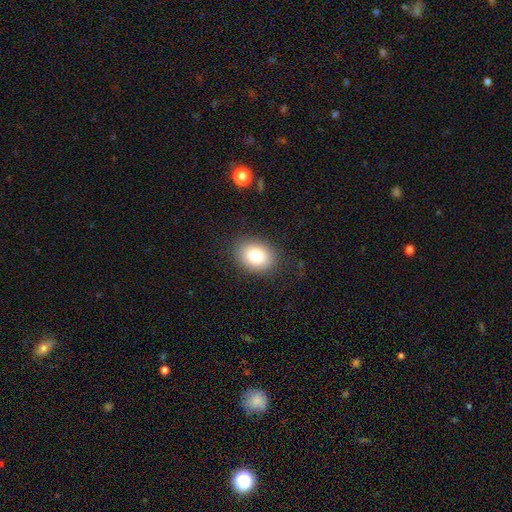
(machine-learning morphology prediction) Smooth or featured? Predicted: smooth (p=0.85). How rounded? Predicted: in between (p=0.71). Merging? Predicted: none (p=0.85).